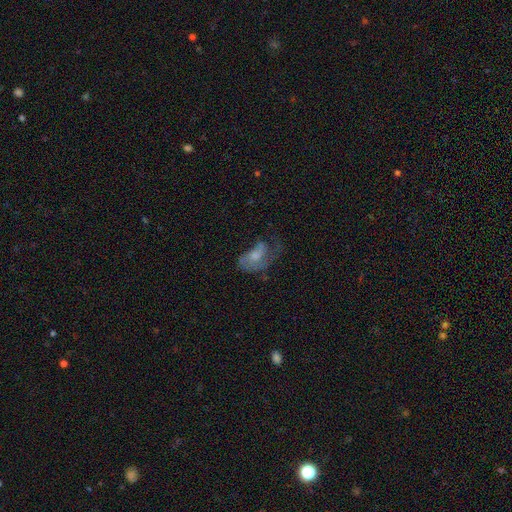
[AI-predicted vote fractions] Smooth or featured? featured or disk (55%)
Edge-on disk? no (96%)
Bar? no (71%)
Spiral arms? yes (66%)
Bulge size? moderate (42%)
Merging? major disturbance (46%)